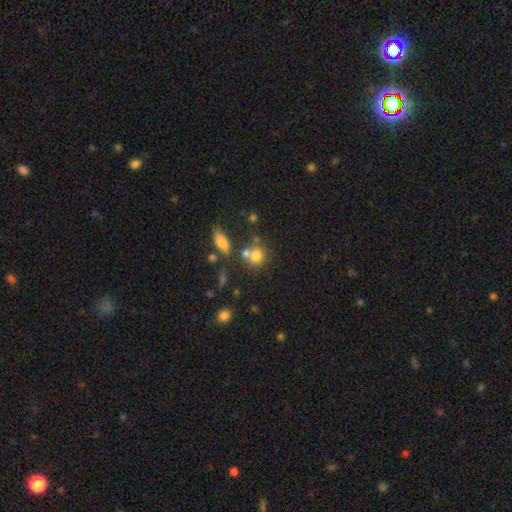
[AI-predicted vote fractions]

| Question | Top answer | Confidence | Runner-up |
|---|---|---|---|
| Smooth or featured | smooth | 76% | star or artifact (13%) |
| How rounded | round | 75% | in between (23%) |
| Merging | none | 48% | merger (35%) |